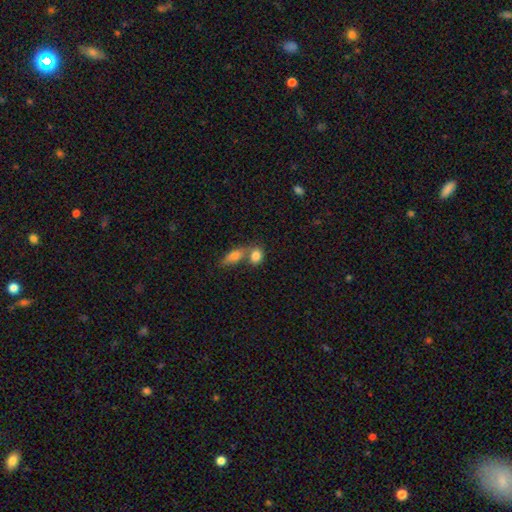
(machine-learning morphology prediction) This is clearly a smooth galaxy (83%). How rounded: likely in between (64%). Merging: possibly merger (48%).